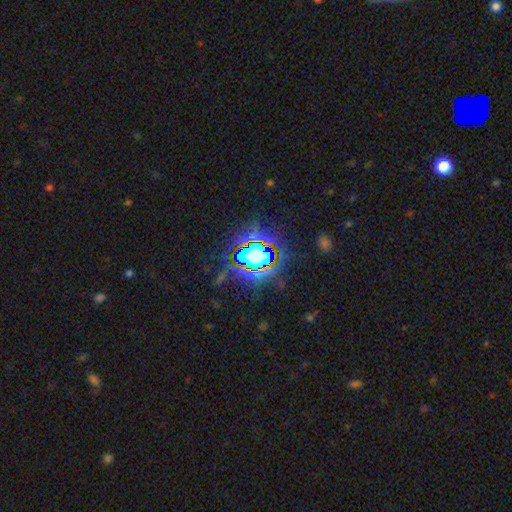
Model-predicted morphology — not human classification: smooth_or_featured: star or artifact (p=0.67) [alt: smooth p=0.19]